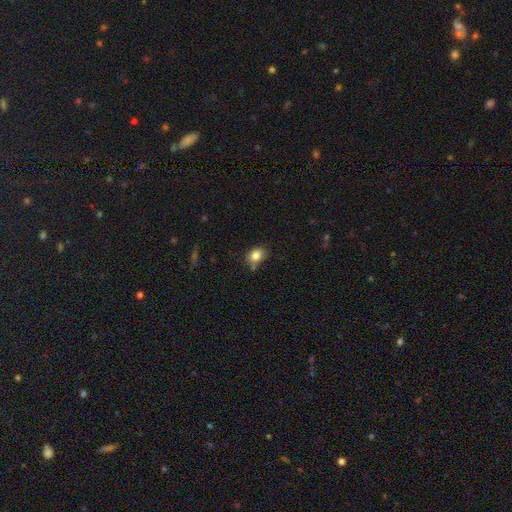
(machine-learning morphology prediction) Smooth or featured? smooth (83%)
How rounded? in between (62%)
Merging? none (69%)